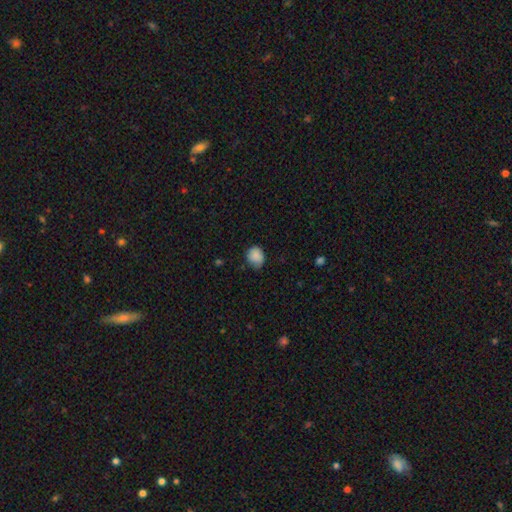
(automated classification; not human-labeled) Smooth or featured? Predicted: smooth (p=0.86). How rounded? Predicted: round (p=0.57). Merging? Predicted: none (p=0.64).